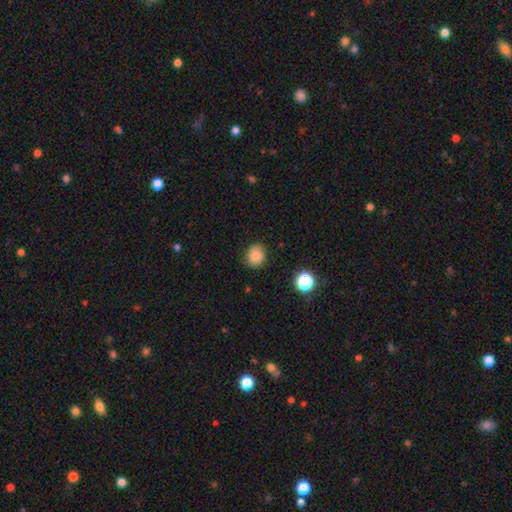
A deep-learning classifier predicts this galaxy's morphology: smooth-or-featured: smooth: 78% | star or artifact: 12% | featured or disk: 11%
  how-rounded: round: 71% | in between: 28% | cigar-shaped: 1%
  merging: none: 76% | minor disturbance: 18% | major disturbance: 4% | merger: 1%